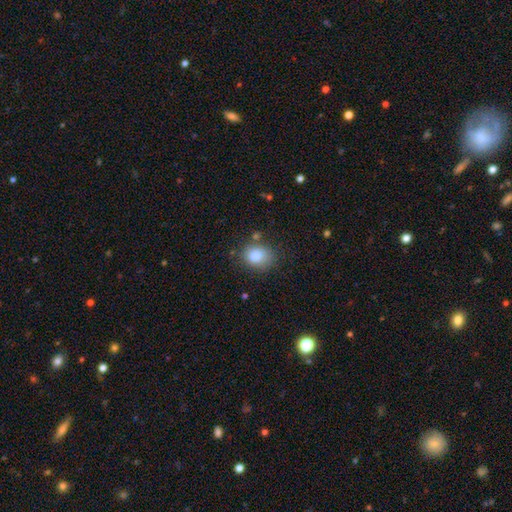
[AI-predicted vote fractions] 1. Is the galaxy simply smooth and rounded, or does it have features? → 84% smooth, 9% star or artifact, 7% featured or disk.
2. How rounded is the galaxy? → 55% round, 44% in between, 1% cigar-shaped.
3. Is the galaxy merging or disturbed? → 70% none, 20% minor disturbance, 6% major disturbance, 5% merger.